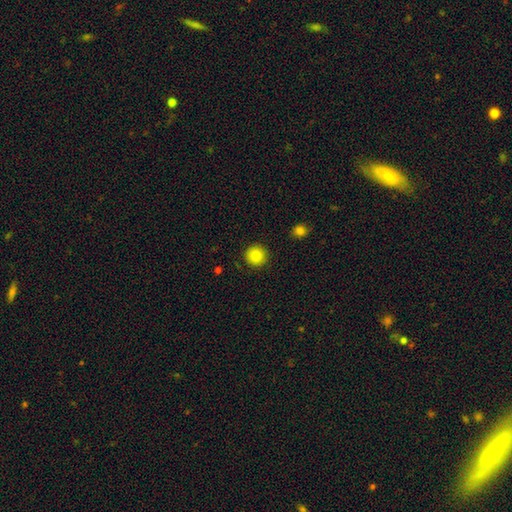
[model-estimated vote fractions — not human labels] smooth-or-featured: smooth: 85% | star or artifact: 9% | featured or disk: 5%
  how-rounded: round: 95% | in between: 4% | cigar-shaped: 1%
  merging: none: 92% | minor disturbance: 5% | major disturbance: 2% | merger: 1%